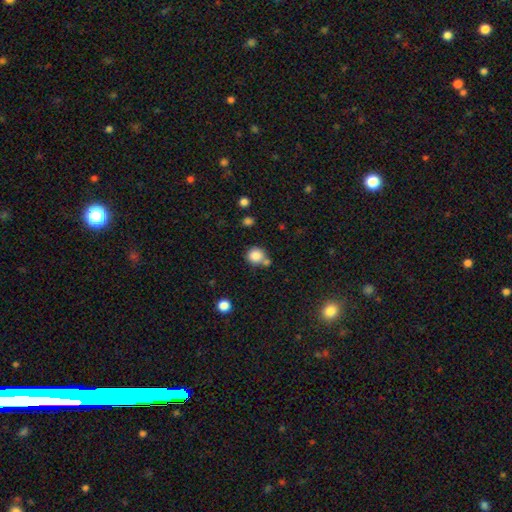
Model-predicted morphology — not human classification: Overall: smooth (85%). How rounded: round (87%). Merging: none (60%; merger 25%).